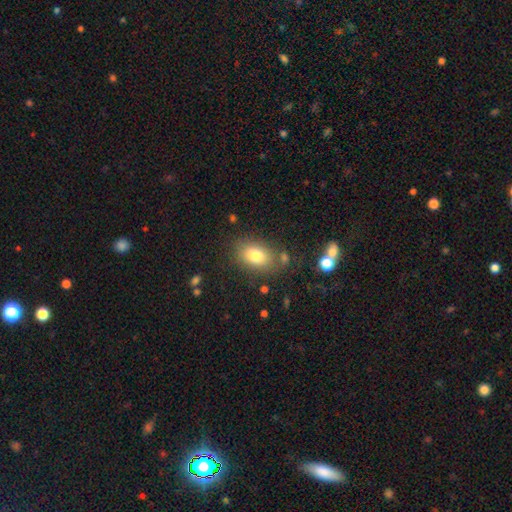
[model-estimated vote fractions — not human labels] This is likely a smooth galaxy (79%). How rounded: likely in between (80%). Merging: likely none (76%).